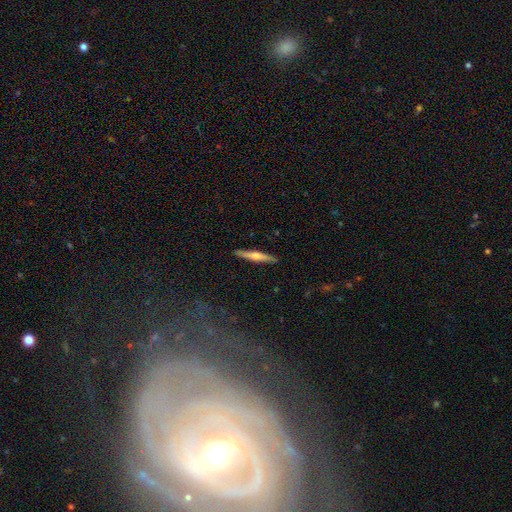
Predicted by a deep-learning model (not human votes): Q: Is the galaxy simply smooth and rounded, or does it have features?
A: featured or disk — 60%.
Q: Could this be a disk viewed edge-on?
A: yes — 97%.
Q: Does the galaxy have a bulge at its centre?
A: rounded — 87%.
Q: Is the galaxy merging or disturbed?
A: none — 91%.